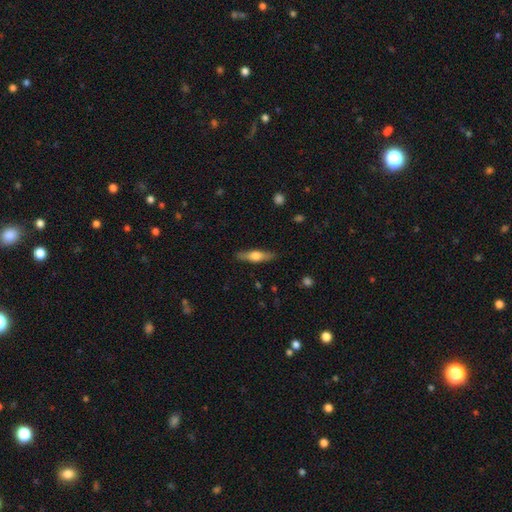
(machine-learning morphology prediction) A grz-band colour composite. It shows a featured or disk galaxy (49%). Merging: none (87%).